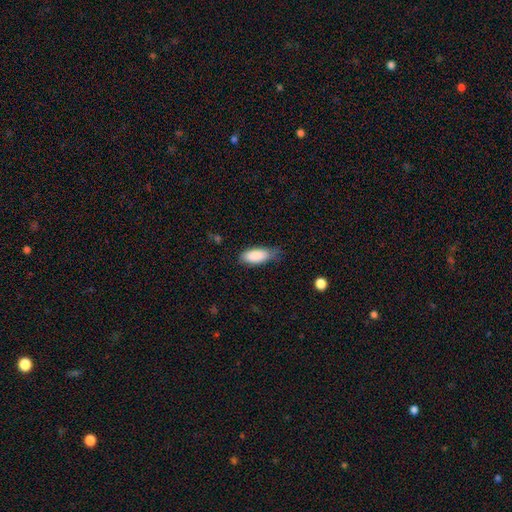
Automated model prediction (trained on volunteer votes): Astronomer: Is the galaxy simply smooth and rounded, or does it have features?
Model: smooth — 87%.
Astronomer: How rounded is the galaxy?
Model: in between — 85%.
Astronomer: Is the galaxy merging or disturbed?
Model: none — 59%.